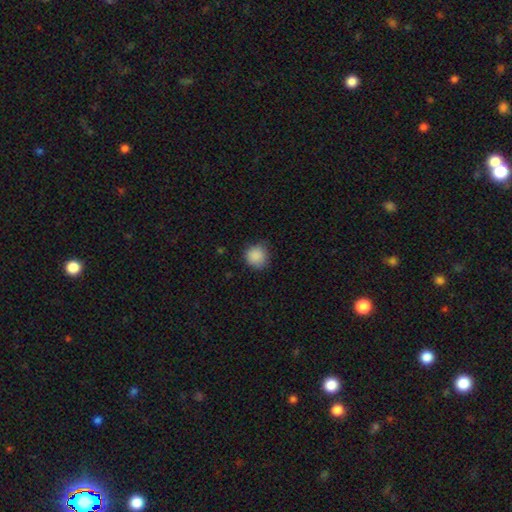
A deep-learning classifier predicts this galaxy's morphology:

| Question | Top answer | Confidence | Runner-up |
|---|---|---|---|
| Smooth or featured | smooth | 88% | star or artifact (9%) |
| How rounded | round | 89% | in between (10%) |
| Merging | none | 77% | minor disturbance (18%) |